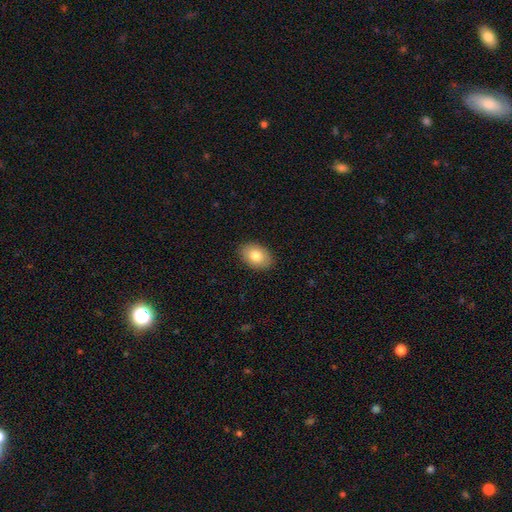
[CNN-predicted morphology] This appears to be a smooth galaxy with no disk features (83%) that is in between round and cigar-shaped (86%). Merging: none (89%).